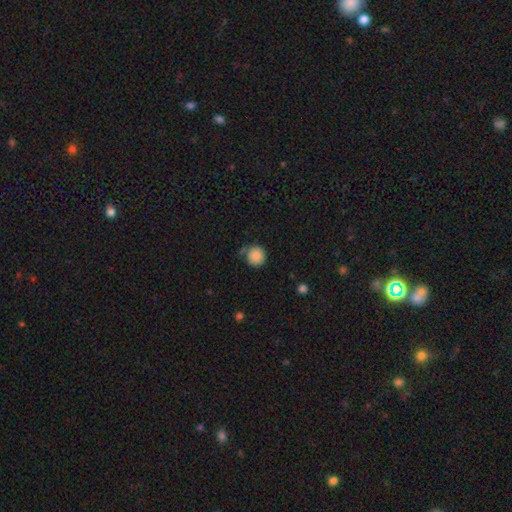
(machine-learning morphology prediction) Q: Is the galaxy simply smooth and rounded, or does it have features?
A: smooth — 86%.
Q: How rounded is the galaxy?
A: round — 92%.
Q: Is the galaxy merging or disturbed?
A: none — 66%.